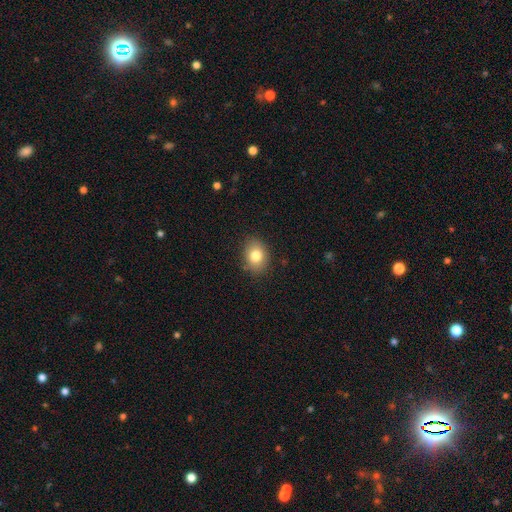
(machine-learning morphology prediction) This is clearly a smooth galaxy (80%). How rounded: likely in between (63%). Merging: clearly none (86%).